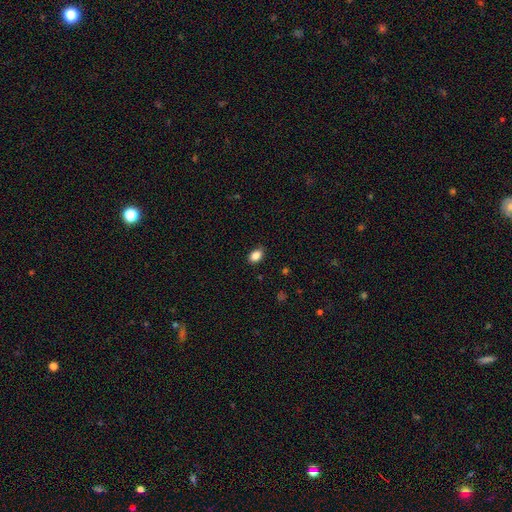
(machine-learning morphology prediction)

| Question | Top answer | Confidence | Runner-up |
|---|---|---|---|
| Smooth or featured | smooth | 86% | star or artifact (9%) |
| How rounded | in between | 80% | round (19%) |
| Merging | none | 83% | minor disturbance (13%) |